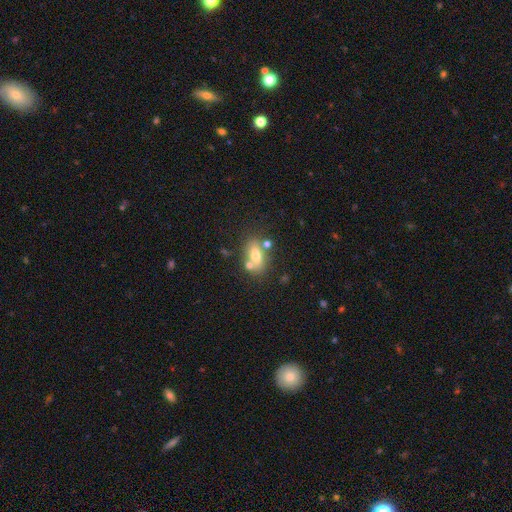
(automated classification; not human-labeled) Overall: smooth (66%). How rounded: in between (80%). Merging: none (61%).